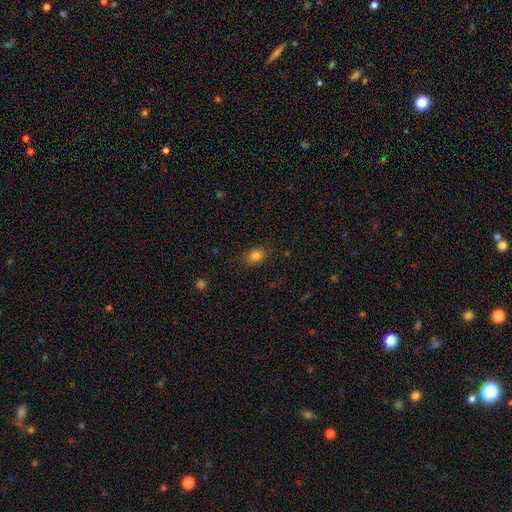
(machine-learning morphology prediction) A smooth galaxy with no disk features (82%) that is in between round and cigar-shaped (71%).

Vote fractions:
- Smooth or featured? smooth: 82% / star or artifact: 12% / featured or disk: 7%
- How rounded? in between: 71% / round: 27% / cigar-shaped: 1%
- Merging? none: 82% / minor disturbance: 14% / major disturbance: 3% / merger: 1%